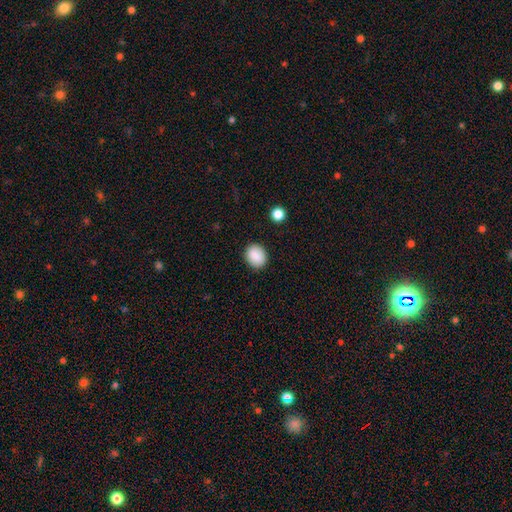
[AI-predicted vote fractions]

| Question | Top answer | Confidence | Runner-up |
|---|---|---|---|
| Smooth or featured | smooth | 87% | star or artifact (8%) |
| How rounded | round | 62% | in between (37%) |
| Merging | none | 88% | minor disturbance (9%) |